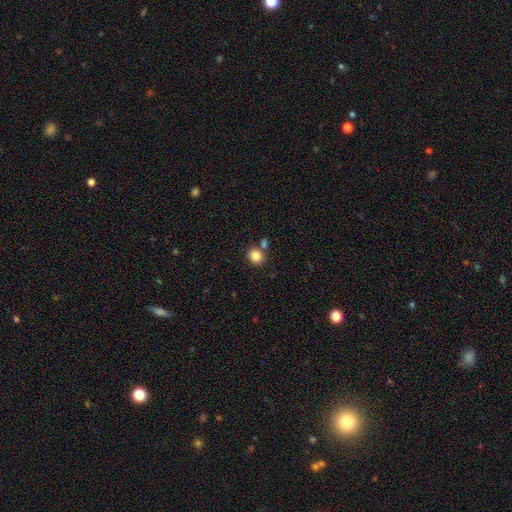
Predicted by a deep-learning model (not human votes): Q: Smooth or featured?
A: smooth (85%); runner-up: star or artifact (10%)
Q: How rounded?
A: round (72%); runner-up: in between (27%)
Q: Merging?
A: none (72%); runner-up: merger (16%)